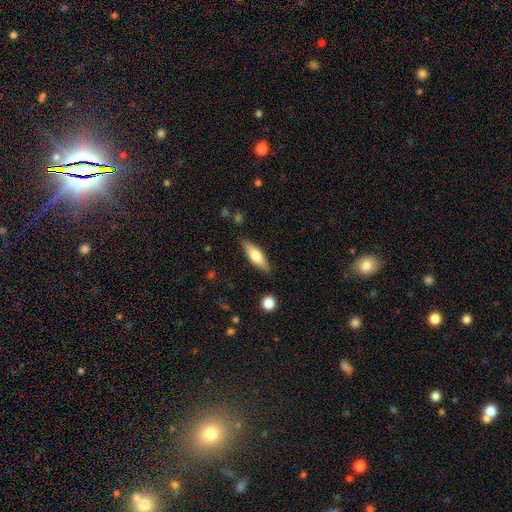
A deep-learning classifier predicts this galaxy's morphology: A smooth galaxy with no disk features (58%) that is in between round and cigar-shaped (51%).

Vote fractions:
- Smooth or featured? smooth: 58% / featured or disk: 36% / star or artifact: 6%
- How rounded? in between: 51% / cigar-shaped: 47% / round: 2%
- Merging? none: 84% / minor disturbance: 12% / major disturbance: 3% / merger: 2%